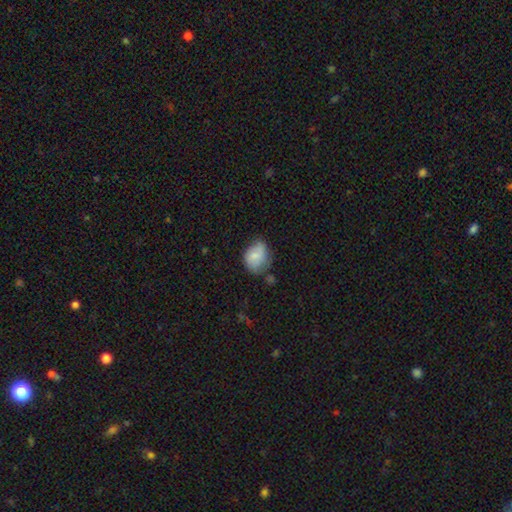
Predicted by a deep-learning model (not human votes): Overall: smooth (76%). How rounded: in between (58%; round 41%). Merging: none (46%; minor disturbance 37%).